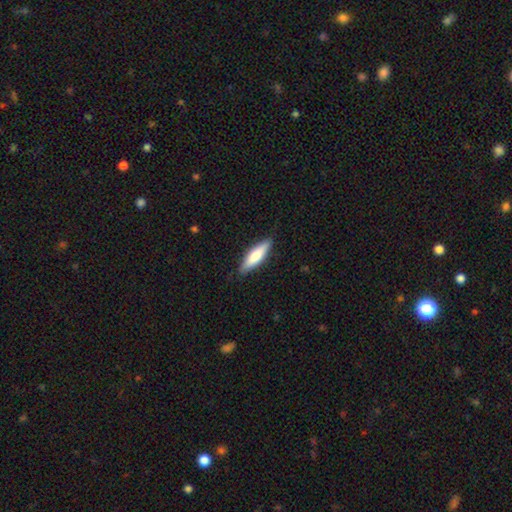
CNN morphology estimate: Smooth or featured? Predicted: smooth (p=0.68). How rounded? Predicted: cigar-shaped (p=0.60). Merging? Predicted: none (p=0.86).